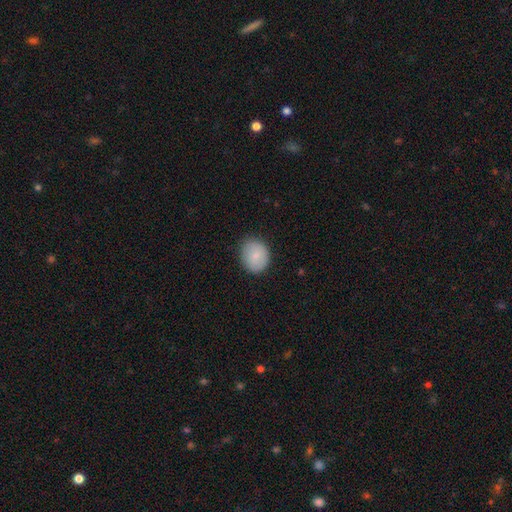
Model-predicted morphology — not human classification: Smooth or featured?
  - smooth: 84% *
  - featured or disk: 9%
  - star or artifact: 7%
How rounded?
  - round: 63% *
  - in between: 36%
  - cigar-shaped: 1%
Merging?
  - none: 80% *
  - minor disturbance: 16%
  - major disturbance: 3%
  - merger: 1%